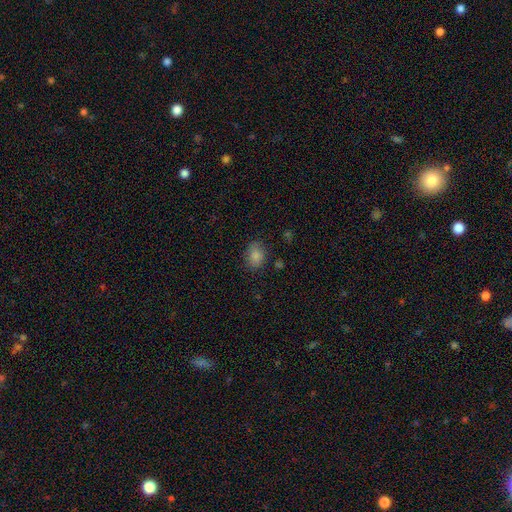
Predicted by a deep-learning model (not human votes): This appears to be a smooth galaxy with no disk features (84%) that is in between round and cigar-shaped (69%). Merging: none (78%).